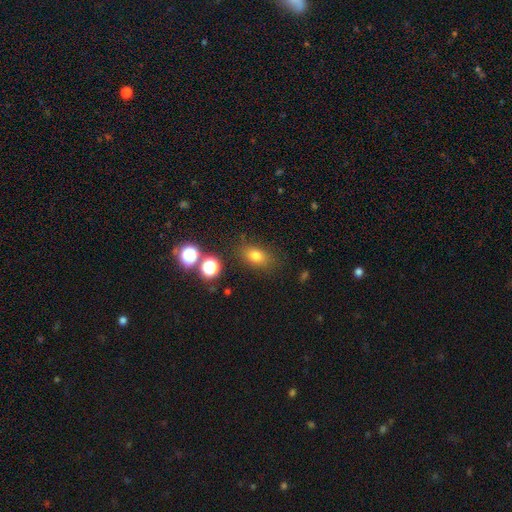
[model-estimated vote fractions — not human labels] A smooth galaxy with no disk features (75%) that is in between round and cigar-shaped (74%). Merging: none (80%).